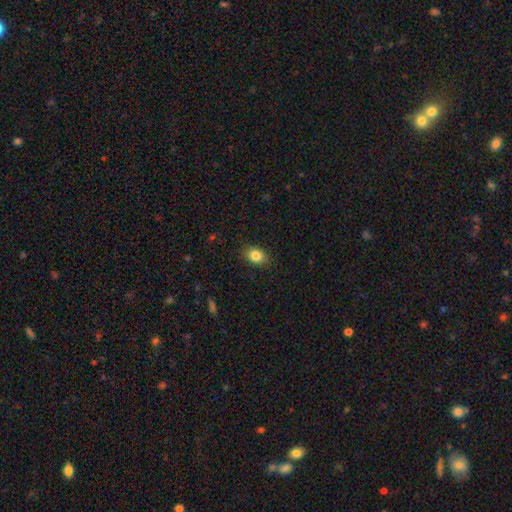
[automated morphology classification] A smooth galaxy with no disk features (84%) that is in between round and cigar-shaped (70%).

Vote fractions:
- Smooth or featured? smooth: 84% / star or artifact: 9% / featured or disk: 6%
- How rounded? in between: 70% / round: 28% / cigar-shaped: 1%
- Merging? none: 86% / minor disturbance: 10% / major disturbance: 2% / merger: 1%